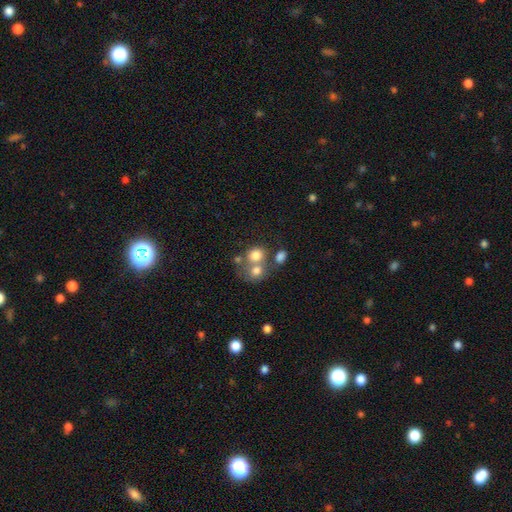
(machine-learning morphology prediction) Smooth or featured?
  - smooth: 74% *
  - featured or disk: 14%
  - star or artifact: 12%
How rounded?
  - round: 72% *
  - in between: 27%
  - cigar-shaped: 1%
Merging?
  - merger: 46% *
  - none: 40%
  - minor disturbance: 9%
  - major disturbance: 6%